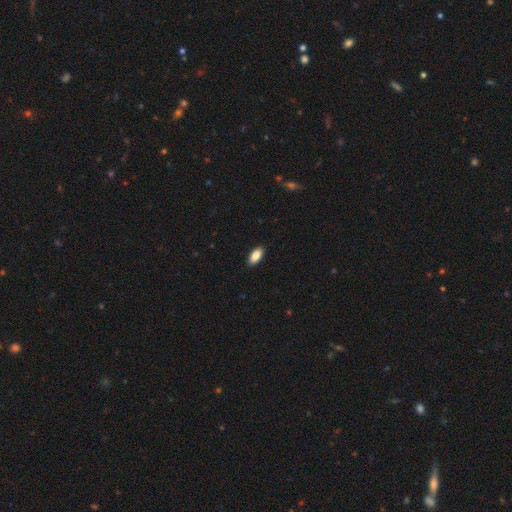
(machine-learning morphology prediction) smooth_or_featured: smooth (p=0.88) [alt: star or artifact p=0.06]
how_rounded: in between (p=0.89) [alt: cigar-shaped p=0.09]
merging: none (p=0.90) [alt: minor disturbance p=0.08]